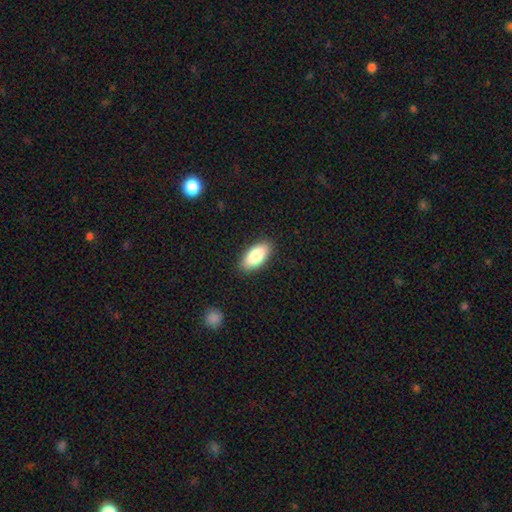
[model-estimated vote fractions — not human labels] Smooth or featured? smooth (83%)
How rounded? in between (90%)
Merging? none (89%)